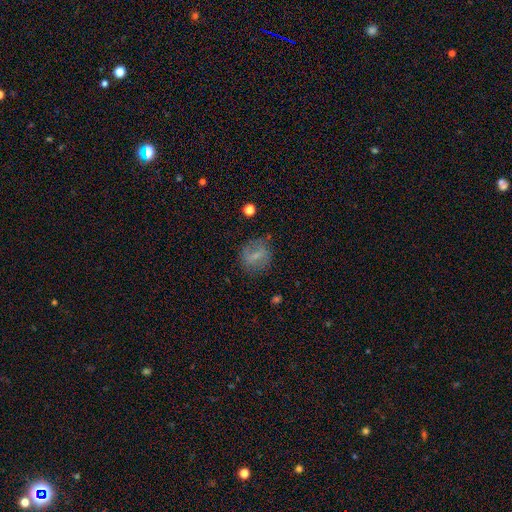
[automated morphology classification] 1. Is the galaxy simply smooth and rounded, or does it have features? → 57% smooth, 33% featured or disk, 11% star or artifact.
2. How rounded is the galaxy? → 69% round, 29% in between, 2% cigar-shaped.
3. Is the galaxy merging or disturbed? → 73% none, 17% minor disturbance, 8% major disturbance, 2% merger.